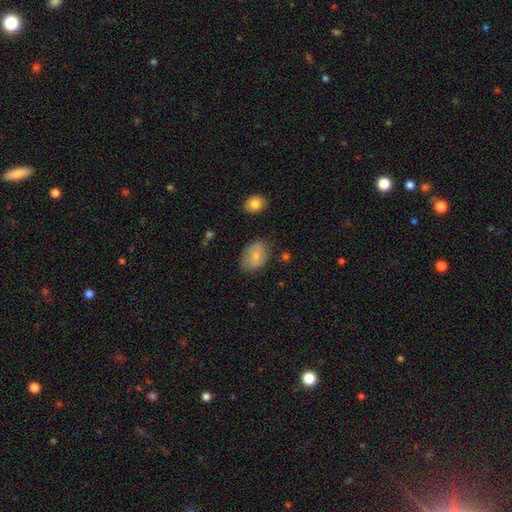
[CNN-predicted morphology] A smooth galaxy with no disk features (67%) that is in between round and cigar-shaped (75%).

Vote fractions:
- Smooth or featured? smooth: 67% / featured or disk: 25% / star or artifact: 8%
- How rounded? in between: 75% / round: 24% / cigar-shaped: 1%
- Merging? none: 69% / minor disturbance: 22% / major disturbance: 6% / merger: 2%